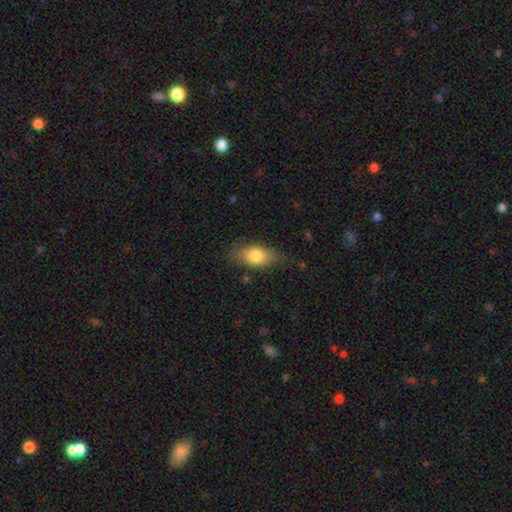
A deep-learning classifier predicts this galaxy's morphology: This appears to be a smooth galaxy with no disk features (79%) that is in between round and cigar-shaped (85%). Merging: none (76%).